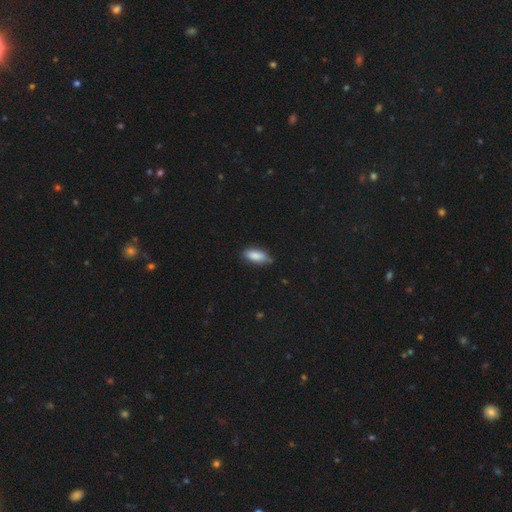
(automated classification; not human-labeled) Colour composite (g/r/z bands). It shows a smooth galaxy with no disk features (86%) that is in between round and cigar-shaped (83%). Merging: none (76%).